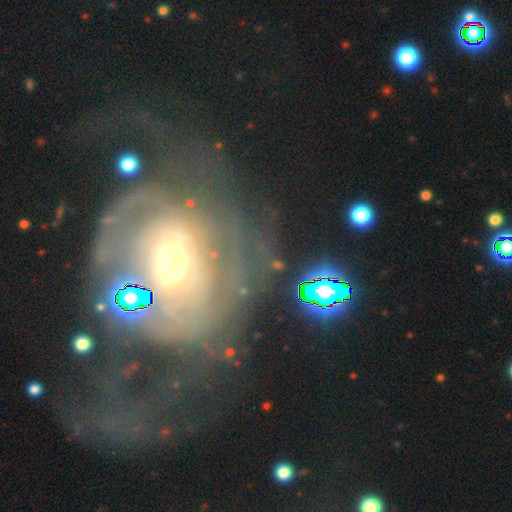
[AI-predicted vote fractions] Morphology: type=featured or disk (70%); edge-on=no (96%); bar=no (63%); spiral arms=yes (61%); bulge=moderate (61%); merging=major disturbance (50%).